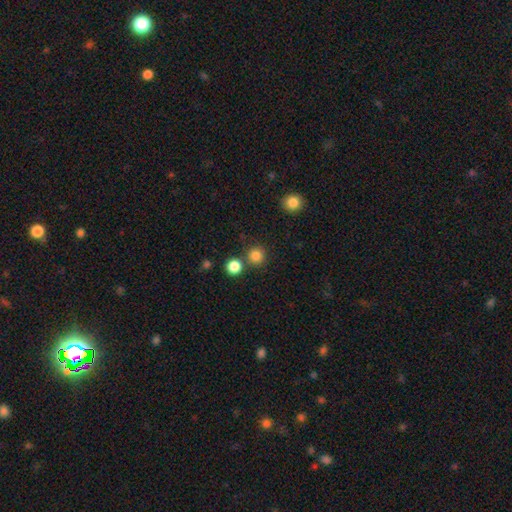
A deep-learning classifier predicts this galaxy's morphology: The model was most divided on "merging": none: 81%, merger: 11%, minor disturbance: 6%, major disturbance: 2%. More confident: how rounded — round (94%); smooth or featured — smooth (83%).